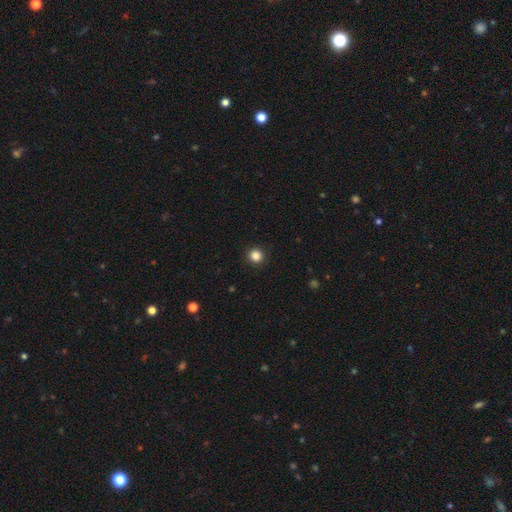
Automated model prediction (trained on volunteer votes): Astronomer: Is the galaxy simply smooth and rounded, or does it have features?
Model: smooth — 85%.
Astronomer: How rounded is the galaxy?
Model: round — 93%.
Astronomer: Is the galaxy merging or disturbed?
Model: none — 92%.